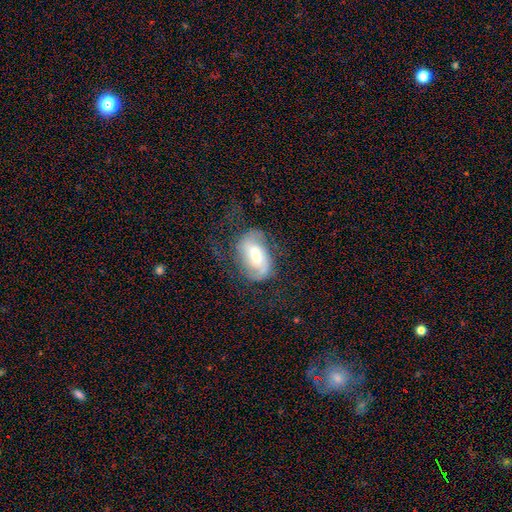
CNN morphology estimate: Overall: featured or disk (62%; smooth 31%). Edge-on disk: no (96%). Bar: weak (48%; no 27%). Spiral arms: yes (84%). Bulge size: moderate (51%; small 22%). Merging: none (49%; major disturbance 27%).